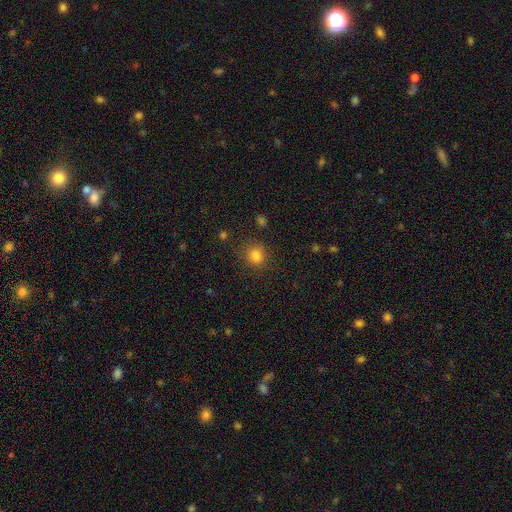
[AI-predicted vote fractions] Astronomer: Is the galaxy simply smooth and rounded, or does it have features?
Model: smooth — 82%.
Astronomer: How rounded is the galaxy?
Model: round — 82%.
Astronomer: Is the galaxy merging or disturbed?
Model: none — 83%.